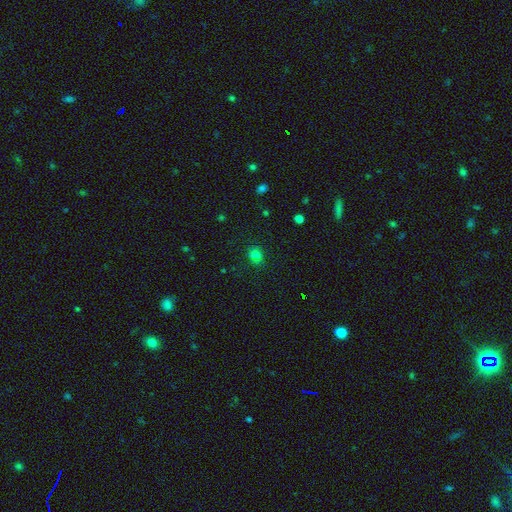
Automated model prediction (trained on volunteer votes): This is likely a smooth galaxy (76%). How rounded: likely round (75%). Merging: clearly none (81%).